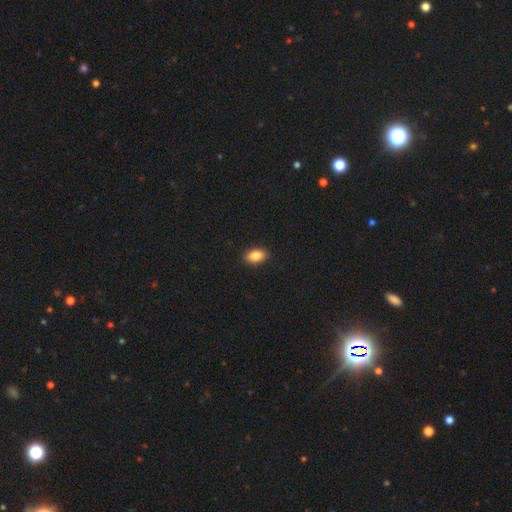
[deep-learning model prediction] Morphology: type=smooth (87%); roundness=in between (90%); merging=none (90%).